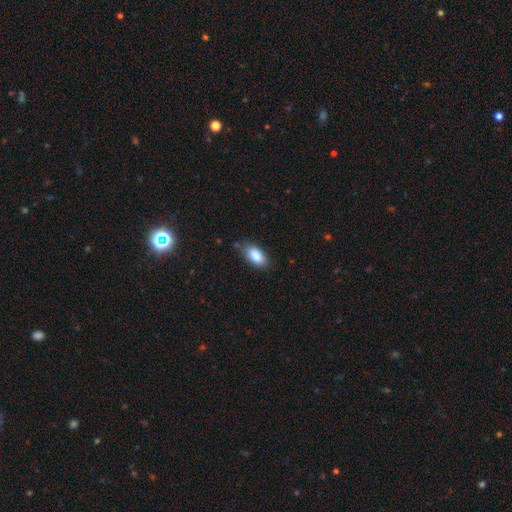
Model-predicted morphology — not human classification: smooth 86%, star or artifact 7%, featured or disk 7%. Down the decision tree: how rounded — in between (91%); merging — none (74%).